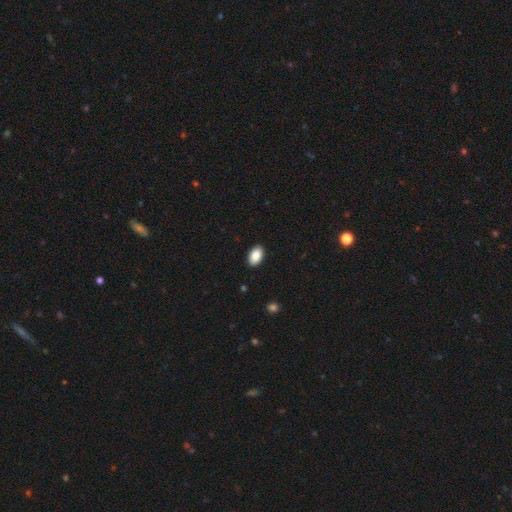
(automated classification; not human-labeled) The model was most divided on "smooth or featured": smooth: 89%, star or artifact: 7%, featured or disk: 4%. More confident: how rounded — in between (93%); merging — none (90%).